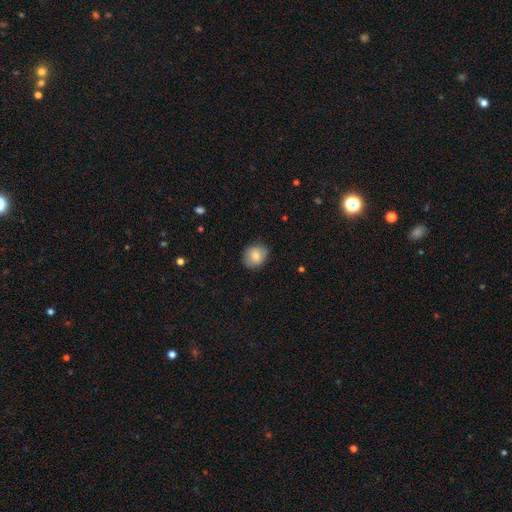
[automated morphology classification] This is likely a smooth galaxy (79%). How rounded: likely round (69%). Merging: clearly none (84%).